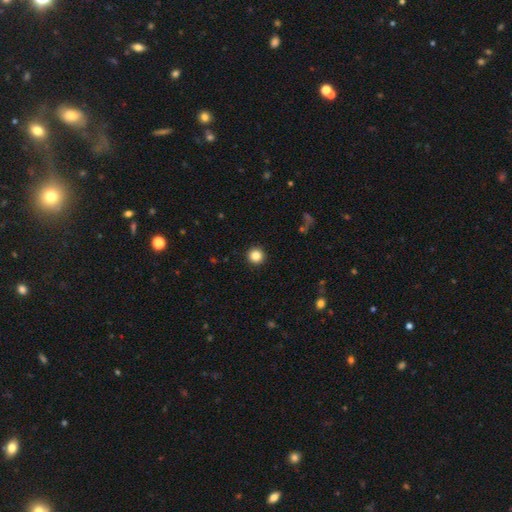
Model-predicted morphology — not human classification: Smooth or featured? Predicted: smooth (p=0.84). How rounded? Predicted: round (p=0.96). Merging? Predicted: none (p=0.93).